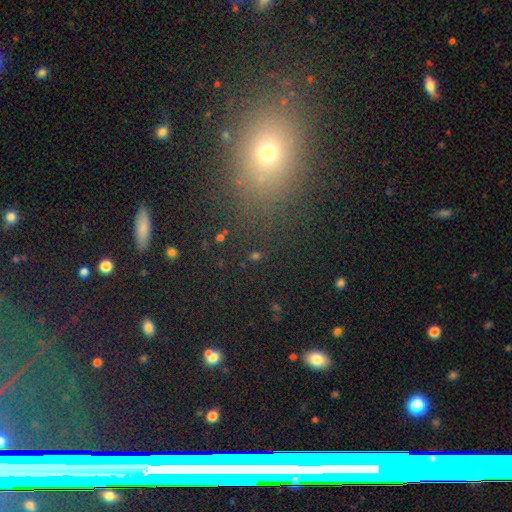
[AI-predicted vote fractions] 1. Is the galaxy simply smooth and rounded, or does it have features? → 50% smooth, 38% star or artifact, 12% featured or disk.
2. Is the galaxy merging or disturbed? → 84% none, 8% minor disturbance, 4% major disturbance, 4% merger.